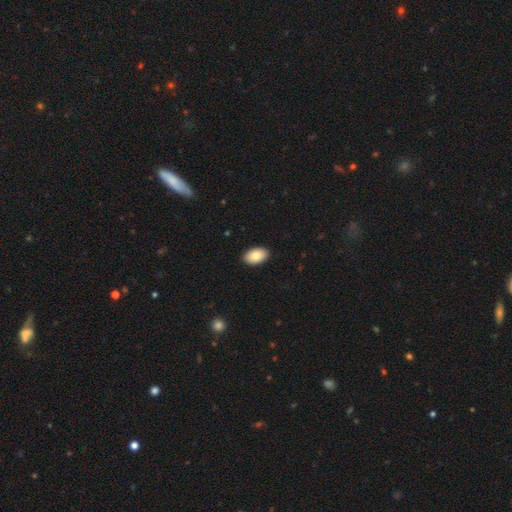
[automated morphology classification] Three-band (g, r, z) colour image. It shows a smooth galaxy with no disk features (82%) that is in between round and cigar-shaped (93%). Merging: none (90%).